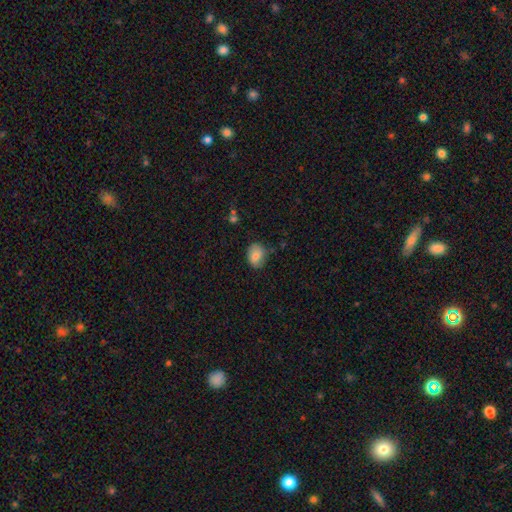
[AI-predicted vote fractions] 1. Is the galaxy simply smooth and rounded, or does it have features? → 82% smooth, 10% featured or disk, 8% star or artifact.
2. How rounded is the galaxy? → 65% in between, 34% round, 1% cigar-shaped.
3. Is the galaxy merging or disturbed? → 71% none, 22% minor disturbance, 4% major disturbance, 2% merger.